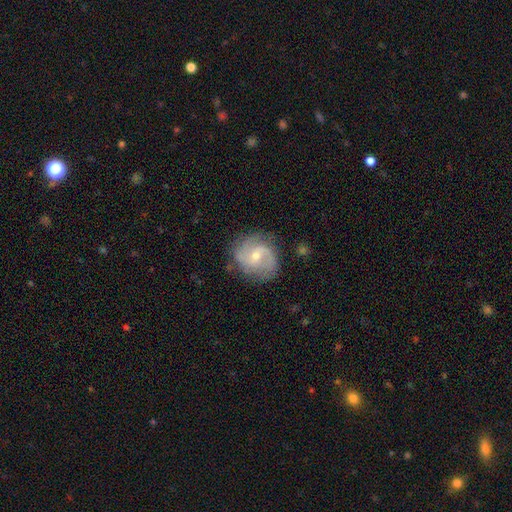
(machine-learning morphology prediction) smooth_or_featured: featured or disk (p=0.80) [alt: smooth p=0.14]
disk_edge_on: no (p=0.98) [alt: yes p=0.02]
bar: weak (p=0.48) [alt: no p=0.43]
has_spiral_arms: yes (p=0.95) [alt: no p=0.05]
spiral_winding: medium (p=0.50) [alt: loose p=0.25]
spiral_arm_count: 2 (p=0.73) [alt: can't tell p=0.10]
bulge_size: small (p=0.54) [alt: moderate p=0.42]
merging: none (p=0.74) [alt: minor disturbance p=0.18]